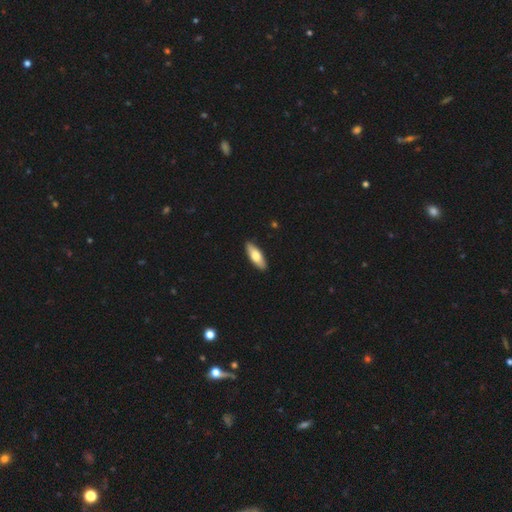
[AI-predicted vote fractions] smooth-or-featured: smooth: 69% | featured or disk: 26% | star or artifact: 5%
  how-rounded: in between: 60% | cigar-shaped: 38% | round: 2%
  merging: none: 90% | minor disturbance: 7% | major disturbance: 1% | merger: 1%